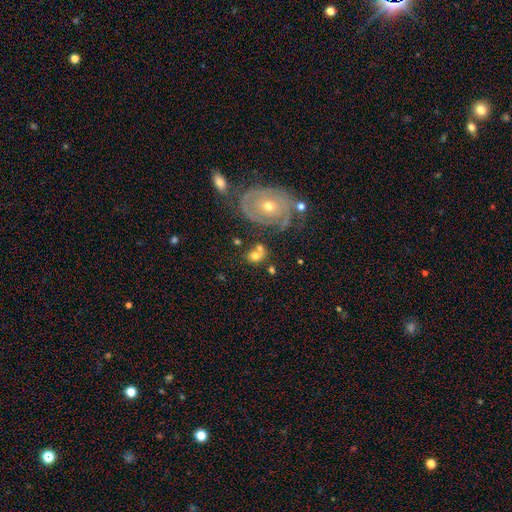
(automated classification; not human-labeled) The model was most divided on "how rounded": round: 59%, in between: 39%, cigar-shaped: 1%. Remaining: smooth or featured — smooth (56%); merging — none (49%).